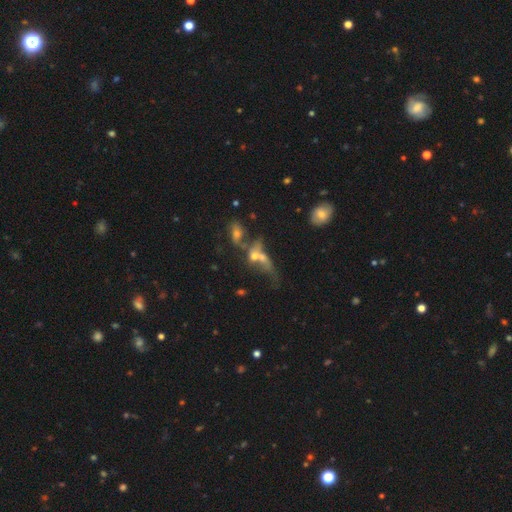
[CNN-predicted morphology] This is marginally a featured or disk galaxy (44%). Merging: possibly merger (55%).